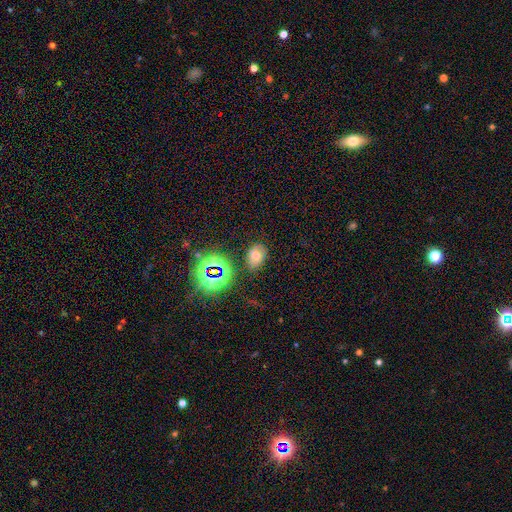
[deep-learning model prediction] Smooth or featured: smooth — 58% (star or artifact — 24%)
How rounded: in between — 79% (round — 20%)
Merging: none — 76% (minor disturbance — 16%)